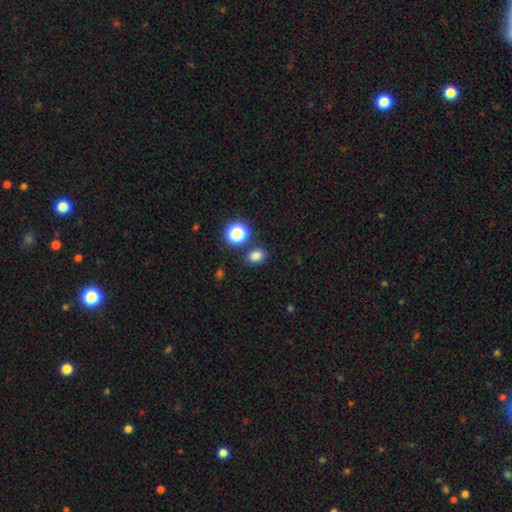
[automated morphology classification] type=smooth (78%); roundness=in between (53%); merging=none (80%).